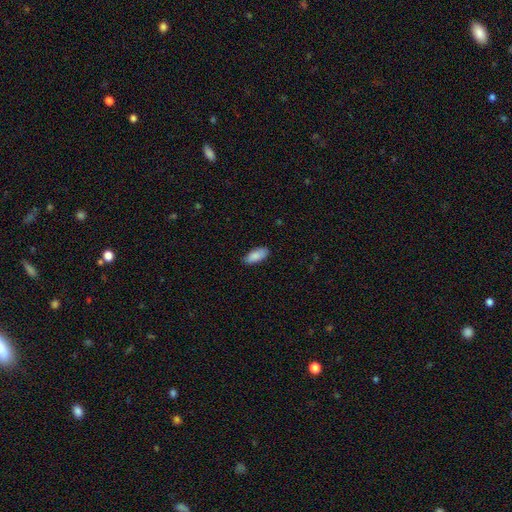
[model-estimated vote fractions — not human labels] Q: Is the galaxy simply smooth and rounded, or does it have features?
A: smooth — 87%.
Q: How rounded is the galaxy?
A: in between — 87%.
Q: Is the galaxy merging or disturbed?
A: none — 84%.